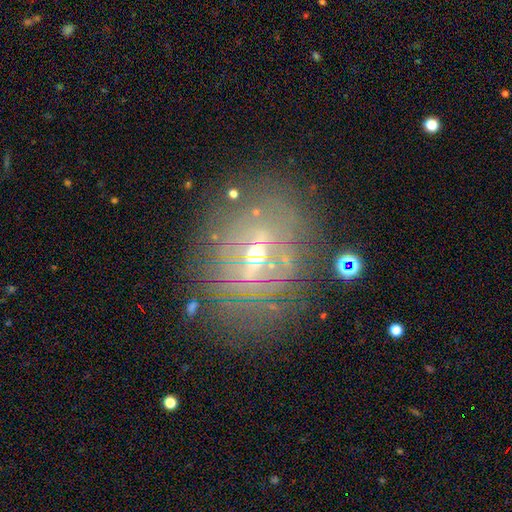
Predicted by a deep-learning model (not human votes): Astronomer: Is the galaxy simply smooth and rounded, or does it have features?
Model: featured or disk — 71%.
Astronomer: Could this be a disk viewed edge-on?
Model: no — 90%.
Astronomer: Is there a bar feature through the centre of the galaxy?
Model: weak — 42% (runner-up: strong, 30%).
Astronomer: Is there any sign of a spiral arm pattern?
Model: yes — 54% (runner-up: no, 46%).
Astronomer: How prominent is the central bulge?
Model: moderate — 48% (runner-up: small, 46%).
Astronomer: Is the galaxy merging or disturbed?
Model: none — 75%.